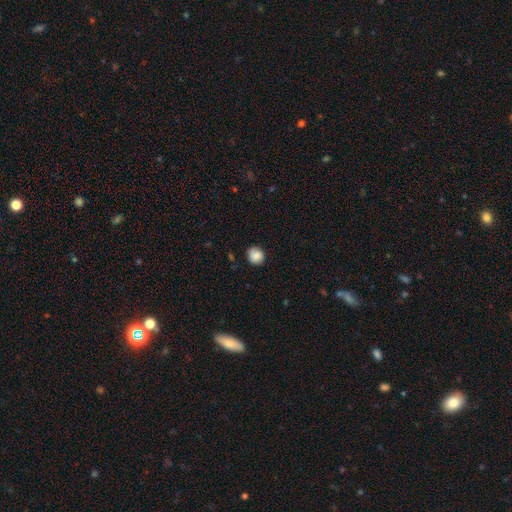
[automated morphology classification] A smooth galaxy with no disk features (84%) that is round (85%). Merging: none (80%).